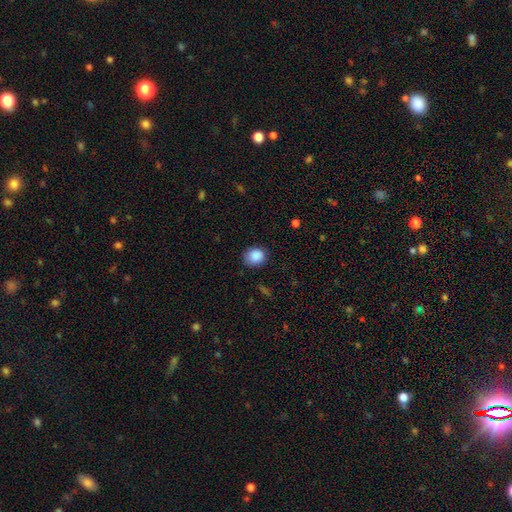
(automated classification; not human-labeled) A smooth galaxy with no disk features (88%) that is round (64%). Merging: none (78%).